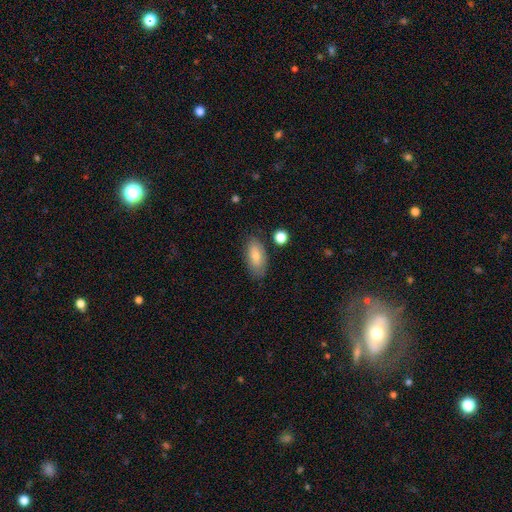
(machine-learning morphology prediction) Smooth or featured?
  - smooth: 79% *
  - featured or disk: 15%
  - star or artifact: 7%
How rounded?
  - in between: 90% *
  - cigar-shaped: 7%
  - round: 3%
Merging?
  - none: 79% *
  - minor disturbance: 15%
  - major disturbance: 3%
  - merger: 3%